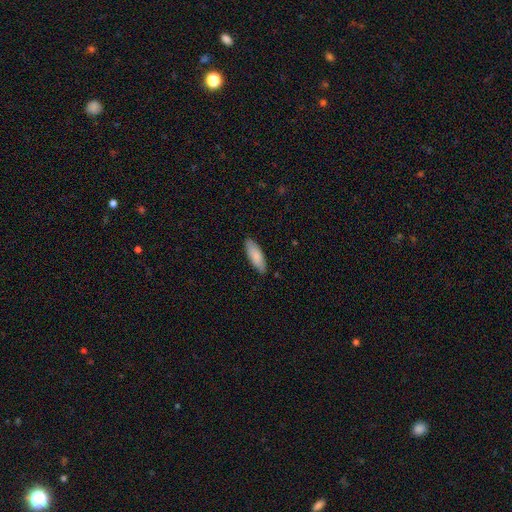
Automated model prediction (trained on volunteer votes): This is clearly a smooth galaxy (85%). How rounded: likely in between (66%). Merging: clearly none (85%).